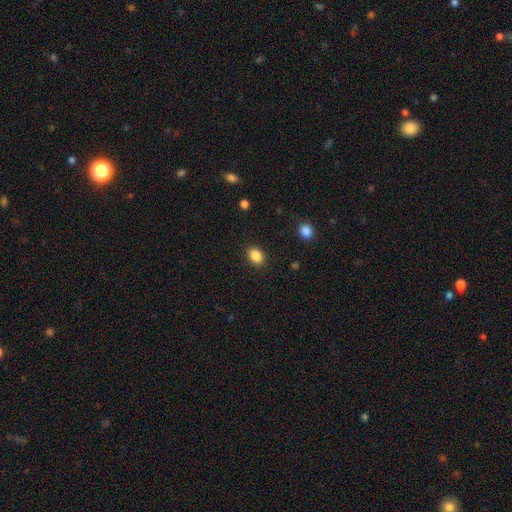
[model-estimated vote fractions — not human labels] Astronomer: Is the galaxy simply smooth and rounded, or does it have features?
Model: smooth — 87%.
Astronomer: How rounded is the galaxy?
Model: in between — 63%.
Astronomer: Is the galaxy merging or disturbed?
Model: none — 88%.